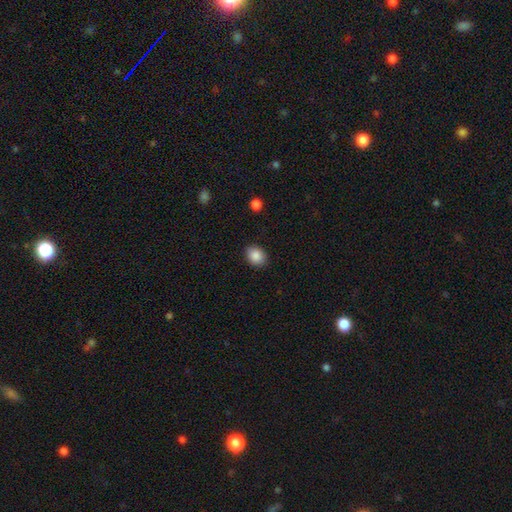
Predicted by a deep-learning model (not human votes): A smooth galaxy with no disk features (87%) that is in between round and cigar-shaped (51%).

Vote fractions:
- Smooth or featured? smooth: 87% / star or artifact: 9% / featured or disk: 4%
- How rounded? in between: 51% / round: 49% / cigar-shaped: 1%
- Merging? none: 88% / minor disturbance: 9% / major disturbance: 2% / merger: 1%